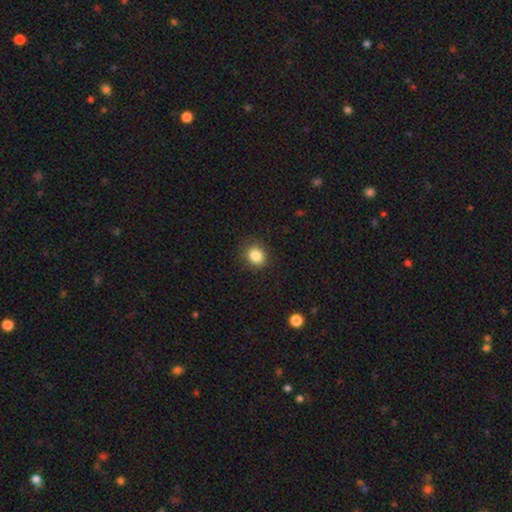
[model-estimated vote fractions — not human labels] Smooth or featured: smooth — 85% (star or artifact — 11%)
How rounded: round — 71% (in between — 28%)
Merging: none — 86% (minor disturbance — 10%)